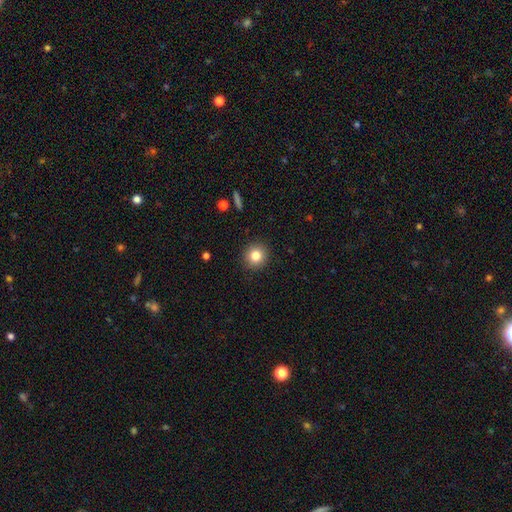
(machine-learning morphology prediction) Q: Smooth or featured?
A: smooth (81%); runner-up: star or artifact (11%)
Q: How rounded?
A: round (92%); runner-up: in between (7%)
Q: Merging?
A: none (91%); runner-up: minor disturbance (6%)